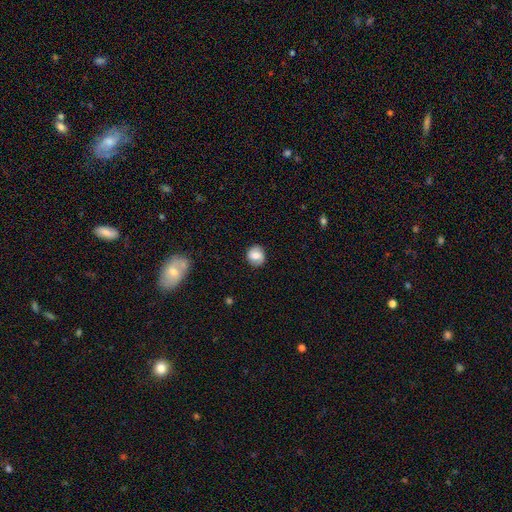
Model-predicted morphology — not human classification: A smooth galaxy with no disk features (69%) that is round (83%). Merging: none (83%).